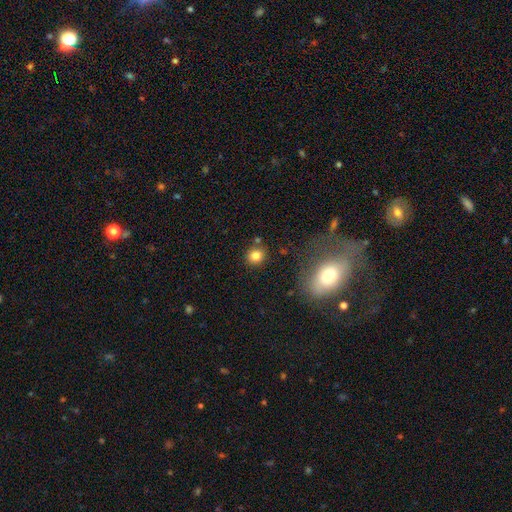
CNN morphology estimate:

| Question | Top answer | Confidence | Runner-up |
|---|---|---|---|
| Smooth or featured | smooth | 81% | star or artifact (12%) |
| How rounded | round | 81% | in between (18%) |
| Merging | none | 82% | minor disturbance (9%) |